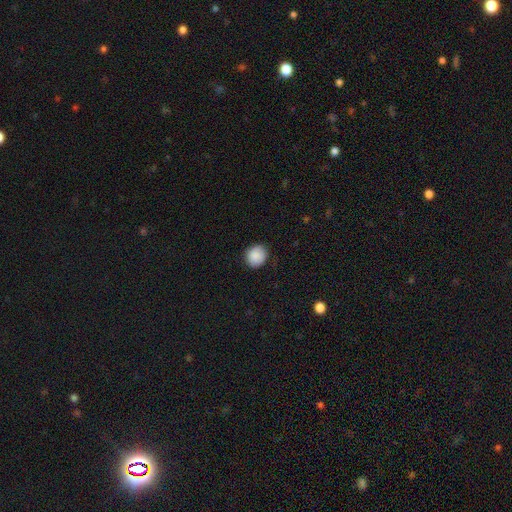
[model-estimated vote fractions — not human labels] A smooth galaxy with no disk features (88%) that is round (76%). Merging: none (84%).